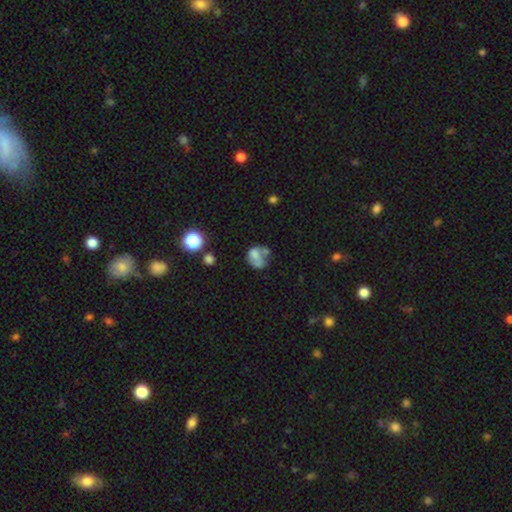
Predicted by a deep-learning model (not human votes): Smooth or featured? Predicted: smooth (p=0.57). How rounded? Predicted: round (p=0.51). Merging? Predicted: merger (p=0.31).